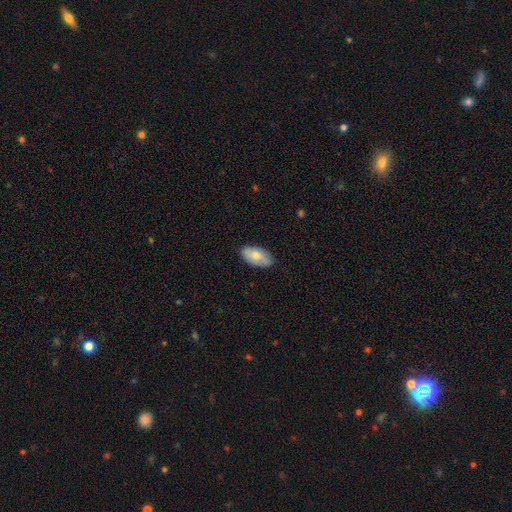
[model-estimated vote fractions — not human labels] Smooth or featured?
  - smooth: 73% *
  - featured or disk: 21%
  - star or artifact: 6%
How rounded?
  - in between: 94% *
  - round: 3%
  - cigar-shaped: 3%
Merging?
  - none: 83% *
  - minor disturbance: 14%
  - major disturbance: 2%
  - merger: 1%